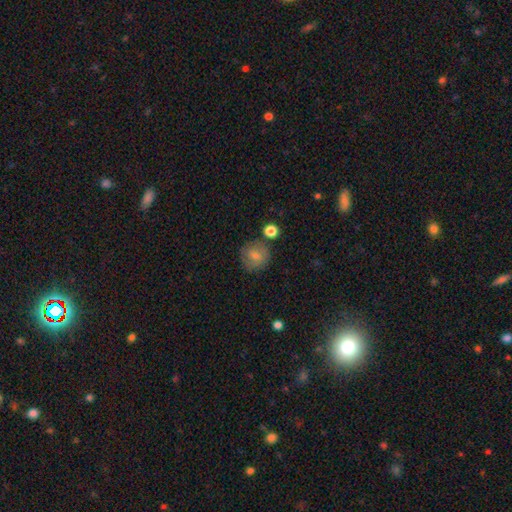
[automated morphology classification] Smooth or featured? Predicted: smooth (p=0.75). How rounded? Predicted: round (p=0.87). Merging? Predicted: none (p=0.74).